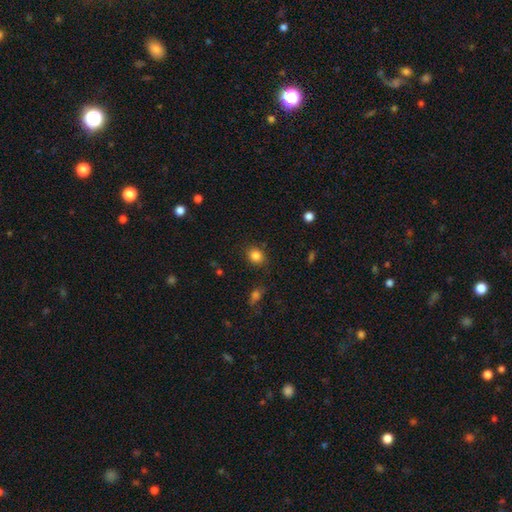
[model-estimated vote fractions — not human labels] Overall: smooth (83%). How rounded: round (68%; in between 31%). Merging: none (84%).